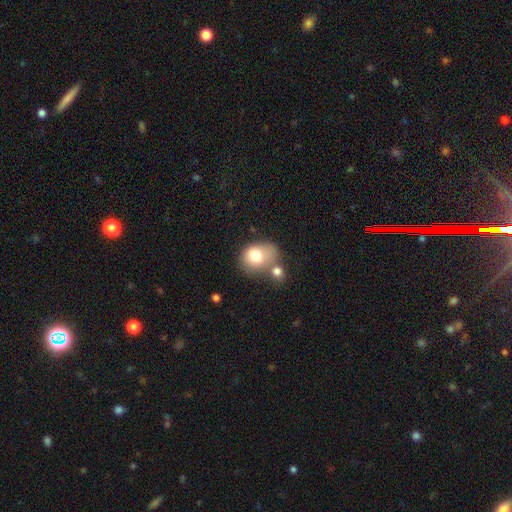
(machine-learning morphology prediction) smooth-or-featured: smooth: 74% | featured or disk: 17% | star or artifact: 9%
  how-rounded: in between: 54% | round: 45% | cigar-shaped: 1%
  merging: none: 36% | merger: 34% | minor disturbance: 20% | major disturbance: 11%